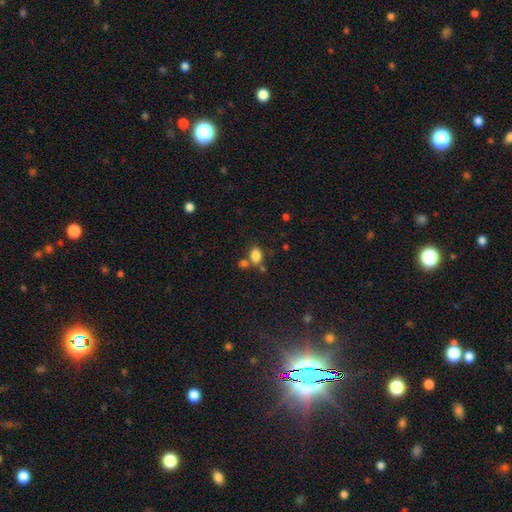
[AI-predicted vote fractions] This is clearly a smooth galaxy (83%). How rounded: clearly in between (83%). Merging: possibly none (60%).